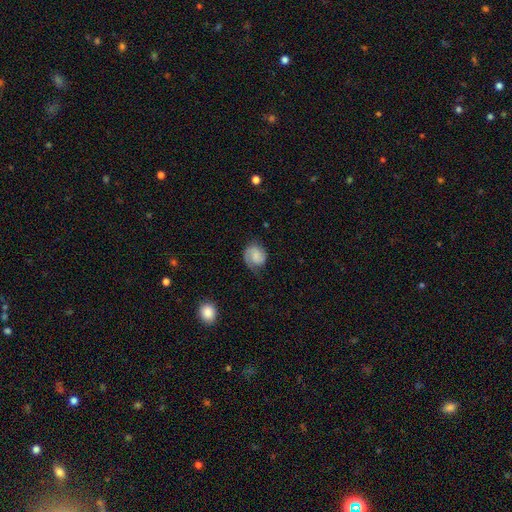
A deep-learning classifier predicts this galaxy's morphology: A featured or disk galaxy (51%) with no bar (55%), spiral arms (92%) and a small central bulge (37%). Merging: none (62%).